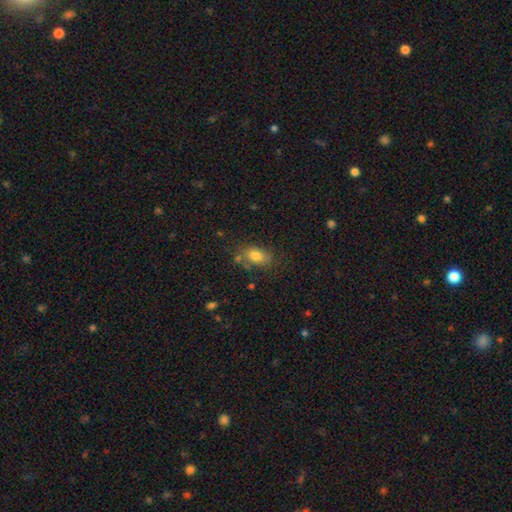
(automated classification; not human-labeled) Smooth or featured?
  - smooth: 77% *
  - featured or disk: 13%
  - star or artifact: 10%
How rounded?
  - in between: 82% *
  - round: 15%
  - cigar-shaped: 3%
Merging?
  - none: 66% *
  - minor disturbance: 21%
  - major disturbance: 7%
  - merger: 6%